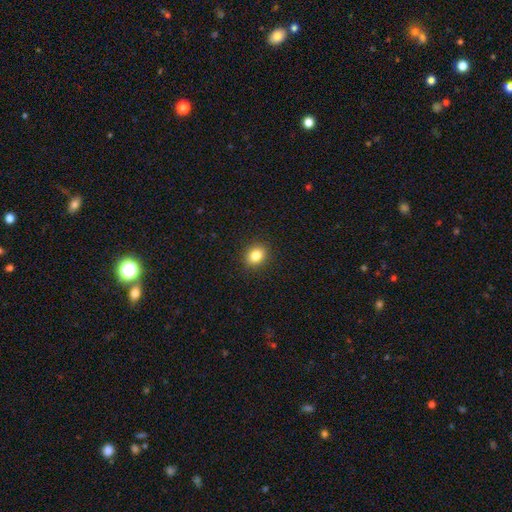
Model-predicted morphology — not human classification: type=smooth (84%); roundness=round (55%); merging=none (90%).